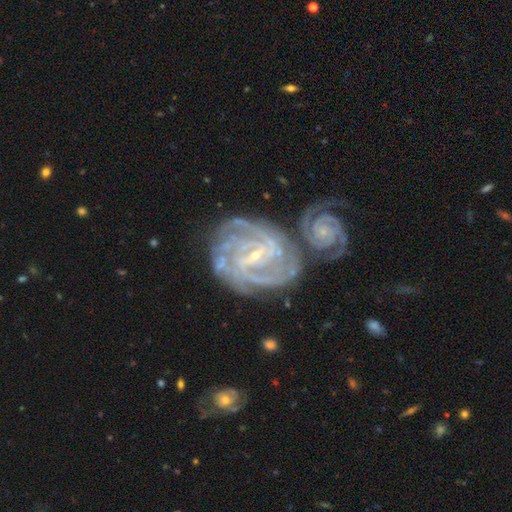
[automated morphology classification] Q: Smooth or featured?
A: featured or disk (91%); runner-up: star or artifact (5%)
Q: Edge-on disk?
A: no (97%); runner-up: yes (3%)
Q: Bar?
A: strong (45%); runner-up: weak (39%)
Q: Spiral arms?
A: yes (98%); runner-up: no (2%)
Q: Spiral winding?
A: tight (73%); runner-up: medium (23%)
Q: Spiral arm count?
A: 4 (26%); runner-up: 3 (22%)
Q: Bulge size?
A: small (82%); runner-up: moderate (14%)
Q: Merging?
A: none (46%); runner-up: merger (35%)